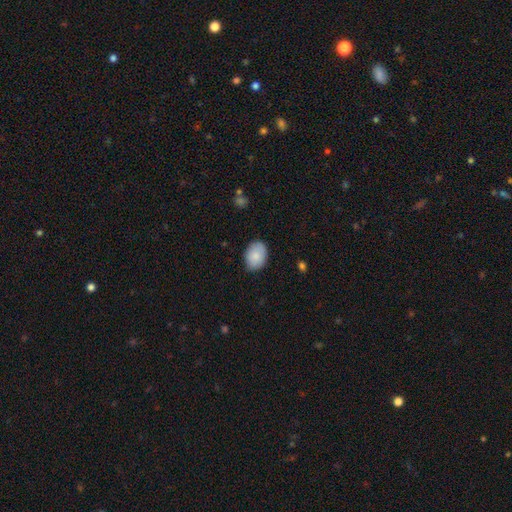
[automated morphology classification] A smooth galaxy with no disk features (87%) that is in between round and cigar-shaped (79%).

Vote fractions:
- Smooth or featured? smooth: 87% / featured or disk: 7% / star or artifact: 6%
- How rounded? in between: 79% / round: 20% / cigar-shaped: 1%
- Merging? none: 82% / minor disturbance: 14% / major disturbance: 2% / merger: 1%